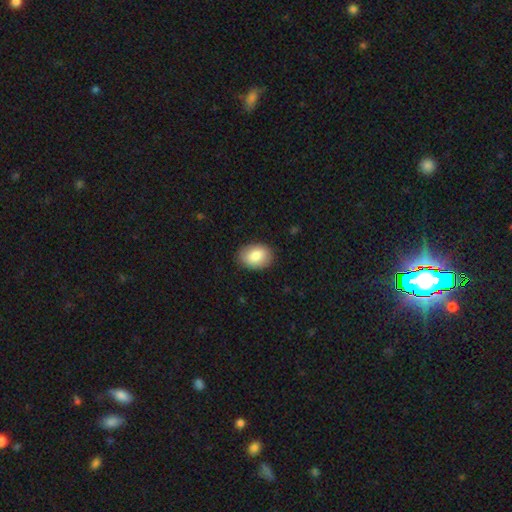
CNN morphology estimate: This is clearly a smooth galaxy (85%). How rounded: likely in between (79%). Merging: clearly none (86%).